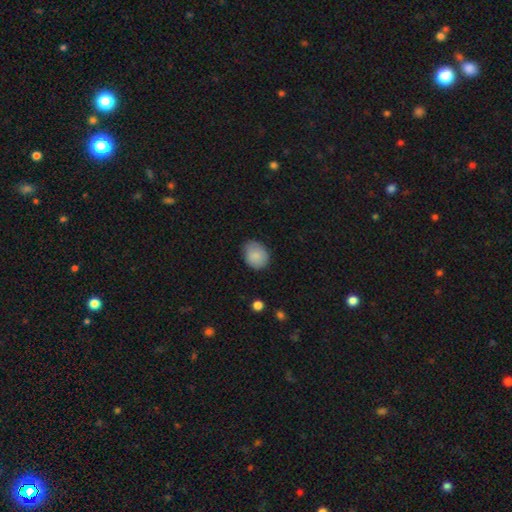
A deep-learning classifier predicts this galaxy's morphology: The model was most divided on "how rounded": round: 56%, in between: 43%, cigar-shaped: 1%. More confident: smooth or featured — smooth (86%); merging — none (69%).